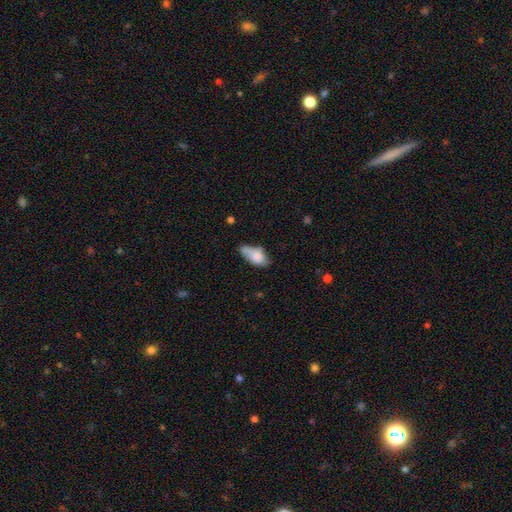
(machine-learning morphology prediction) smooth 74%, featured or disk 18%, star or artifact 8%. Down the decision tree: how rounded — in between (89%); merging — none (39%).